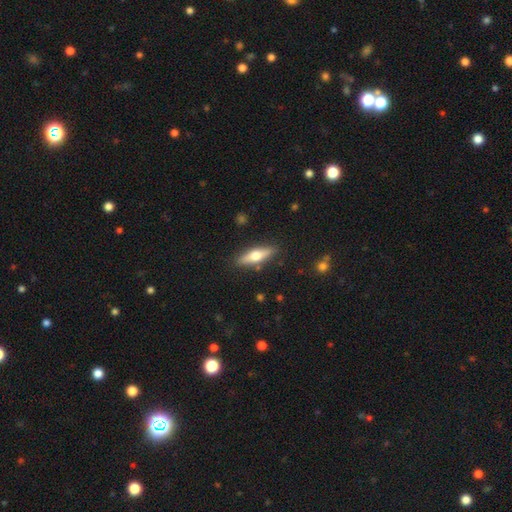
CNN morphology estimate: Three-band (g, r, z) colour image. It shows a smooth galaxy with no disk features (49%). Merging: none (87%).